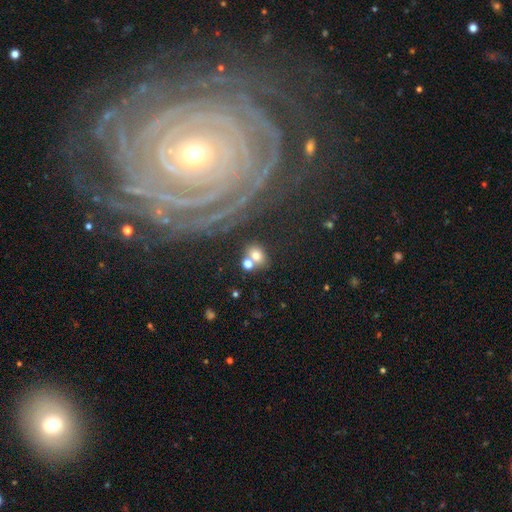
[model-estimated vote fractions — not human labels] Smooth or featured: smooth — 70% (featured or disk — 15%)
How rounded: round — 55% (in between — 43%)
Merging: none — 59% (merger — 24%)